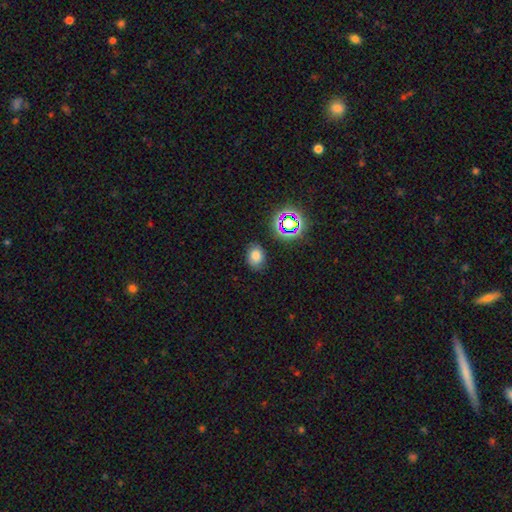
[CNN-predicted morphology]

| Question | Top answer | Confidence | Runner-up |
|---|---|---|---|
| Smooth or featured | smooth | 72% | star or artifact (19%) |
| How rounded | in between | 64% | round (35%) |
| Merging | none | 81% | minor disturbance (13%) |